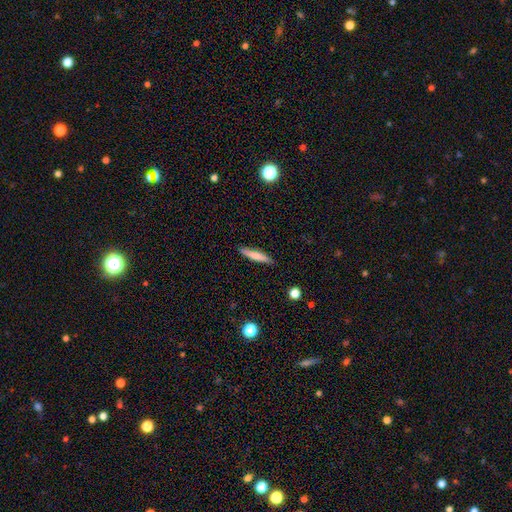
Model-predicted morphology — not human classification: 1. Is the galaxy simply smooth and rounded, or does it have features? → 69% smooth, 25% featured or disk, 6% star or artifact.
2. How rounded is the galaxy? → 91% cigar-shaped, 8% in between, 1% round.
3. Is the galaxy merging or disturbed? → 89% none, 8% minor disturbance, 2% major disturbance, 1% merger.